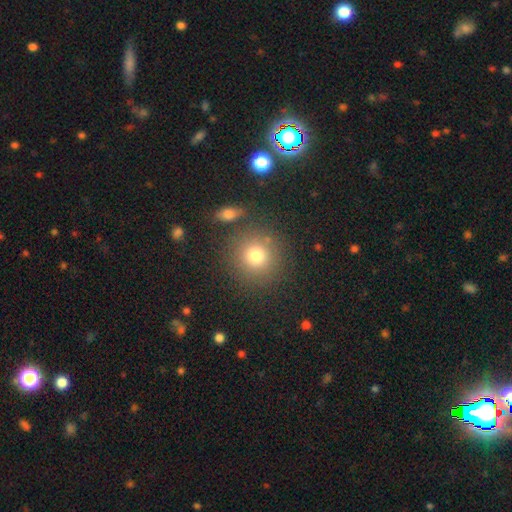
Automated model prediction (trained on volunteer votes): Smooth or featured? Predicted: smooth (p=0.77). How rounded? Predicted: round (p=0.91). Merging? Predicted: none (p=0.82).